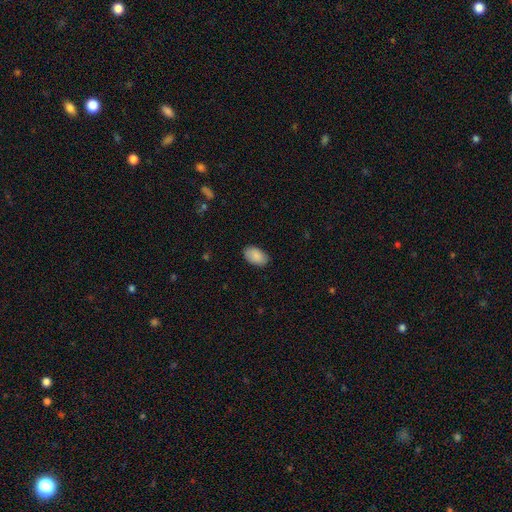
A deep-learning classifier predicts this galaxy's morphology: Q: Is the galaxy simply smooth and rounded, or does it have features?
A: smooth — 89%.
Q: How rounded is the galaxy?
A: in between — 93%.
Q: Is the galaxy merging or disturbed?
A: none — 85%.